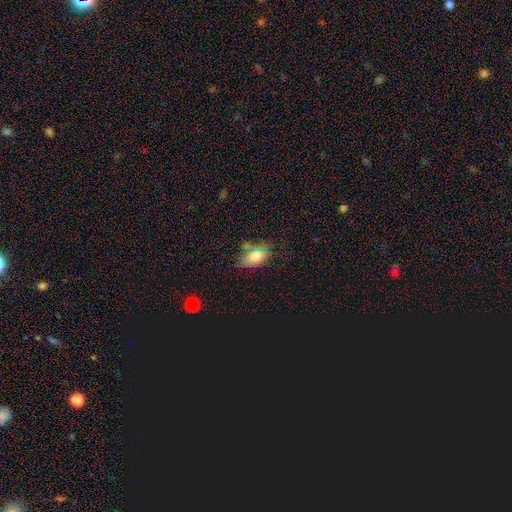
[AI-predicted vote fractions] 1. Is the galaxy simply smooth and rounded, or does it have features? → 75% smooth, 16% star or artifact, 9% featured or disk.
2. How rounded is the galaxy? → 88% in between, 7% round, 4% cigar-shaped.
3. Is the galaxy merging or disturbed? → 77% none, 16% minor disturbance, 5% major disturbance, 3% merger.